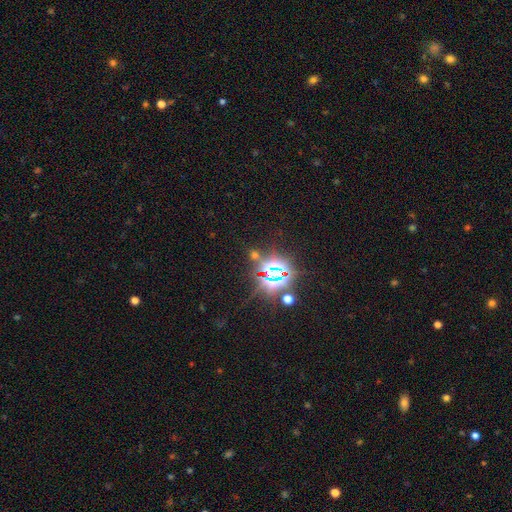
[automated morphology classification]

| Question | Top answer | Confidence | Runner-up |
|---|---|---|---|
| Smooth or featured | star or artifact | 80% | smooth (11%) |